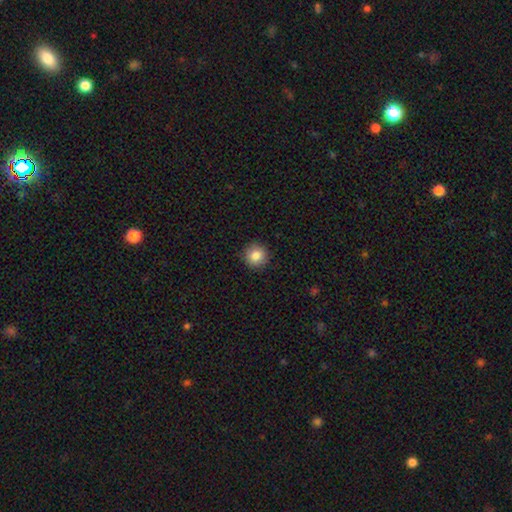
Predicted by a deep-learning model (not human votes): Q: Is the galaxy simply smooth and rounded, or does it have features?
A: smooth — 85%.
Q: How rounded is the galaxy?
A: round — 95%.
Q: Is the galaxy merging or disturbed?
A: none — 92%.